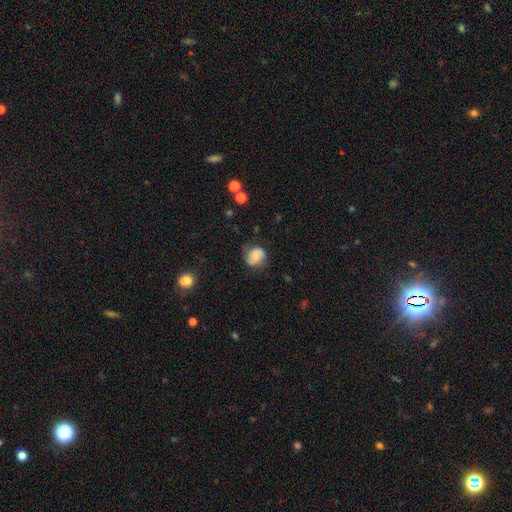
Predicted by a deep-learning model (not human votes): Overall: smooth (50%; featured or disk 41%). How rounded: round (76%). Merging: none (71%).